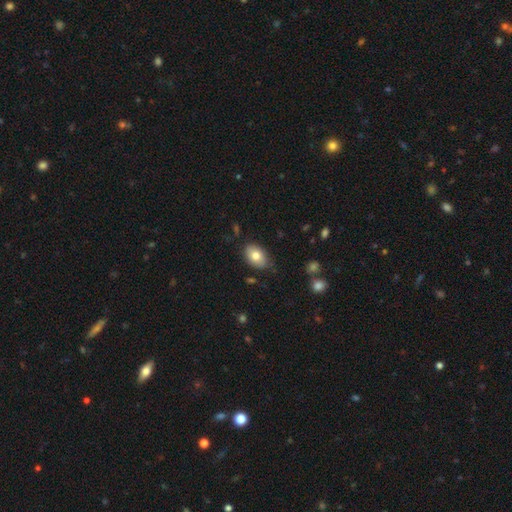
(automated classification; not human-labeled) Smooth or featured: smooth — 78% (featured or disk — 14%)
How rounded: in between — 88% (round — 11%)
Merging: none — 79% (minor disturbance — 16%)